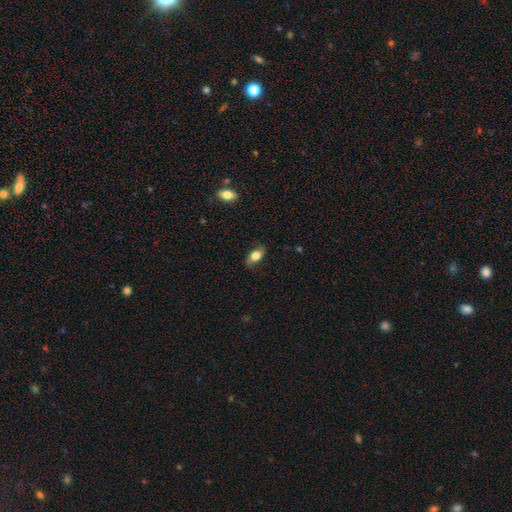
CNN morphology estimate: smooth-or-featured: smooth: 75% | featured or disk: 18% | star or artifact: 7%
  how-rounded: in between: 88% | round: 7% | cigar-shaped: 5%
  merging: none: 79% | minor disturbance: 16% | major disturbance: 3% | merger: 1%